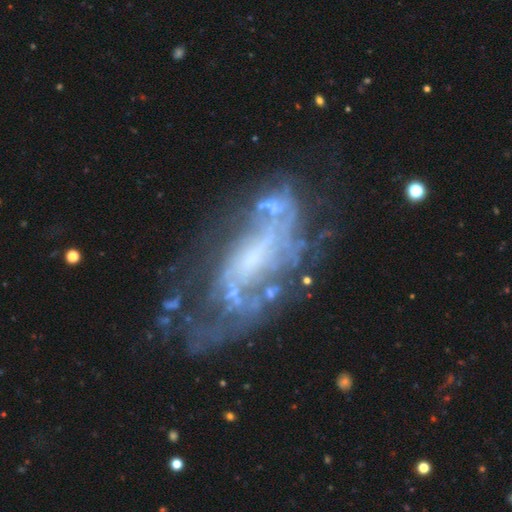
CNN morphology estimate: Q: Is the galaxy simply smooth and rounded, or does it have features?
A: featured or disk — 79%.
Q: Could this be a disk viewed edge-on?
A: no — 93%.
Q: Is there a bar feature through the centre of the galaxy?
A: no — 49%.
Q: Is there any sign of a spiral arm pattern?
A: yes — 73%.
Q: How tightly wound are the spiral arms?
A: medium — 38%.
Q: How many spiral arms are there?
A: can't tell — 42%.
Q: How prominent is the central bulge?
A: none — 37%.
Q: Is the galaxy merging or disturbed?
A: none — 44%.